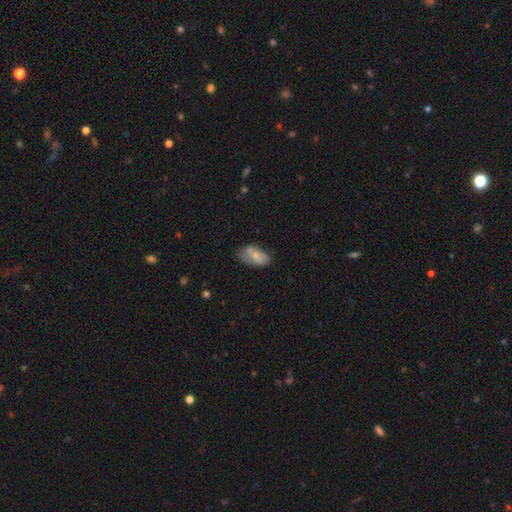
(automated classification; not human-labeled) smooth_or_featured: smooth (p=0.75) [alt: featured or disk p=0.17]
how_rounded: in between (p=0.93) [alt: round p=0.05]
merging: none (p=0.54) [alt: minor disturbance p=0.33]